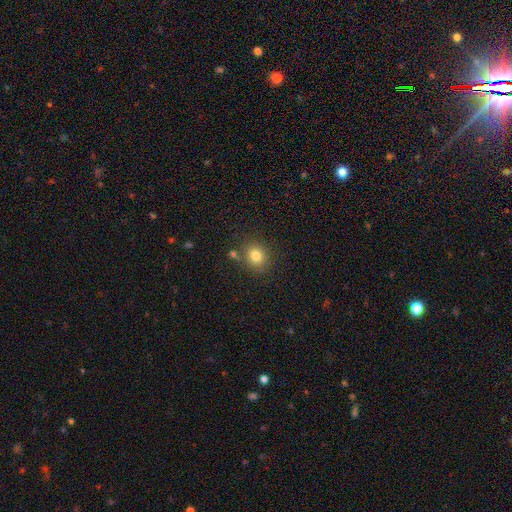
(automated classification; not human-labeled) smooth-or-featured: smooth: 81% | star or artifact: 12% | featured or disk: 7%
  how-rounded: round: 73% | in between: 26% | cigar-shaped: 1%
  merging: none: 78% | minor disturbance: 11% | merger: 8% | major disturbance: 3%